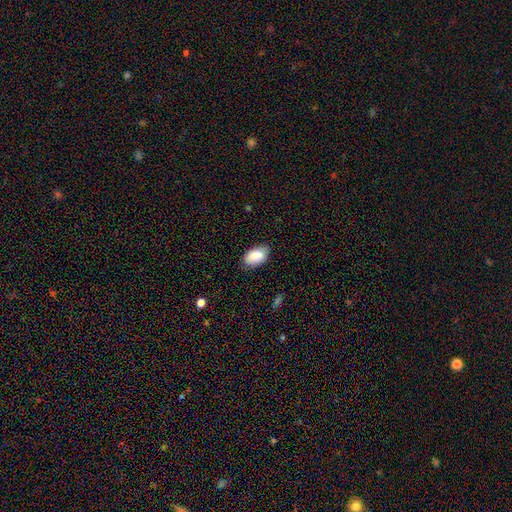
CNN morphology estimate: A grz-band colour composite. It shows a smooth galaxy with no disk features (83%) that is in between round and cigar-shaped (94%). Merging: none (76%).